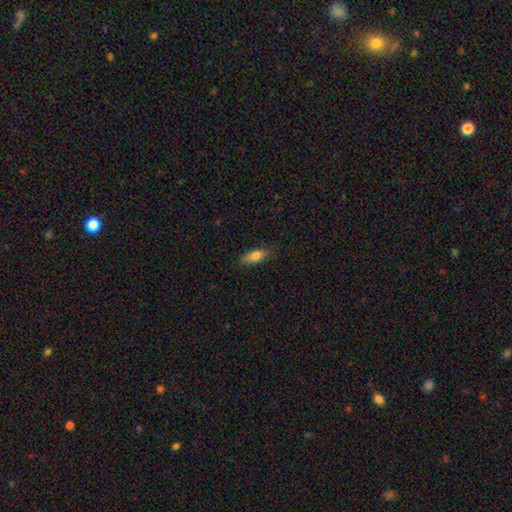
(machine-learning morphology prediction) A smooth galaxy with no disk features (77%) that is in between round and cigar-shaped (75%).

Vote fractions:
- Smooth or featured? smooth: 77% / featured or disk: 15% / star or artifact: 8%
- How rounded? in between: 75% / cigar-shaped: 21% / round: 4%
- Merging? none: 77% / minor disturbance: 18% / major disturbance: 3% / merger: 1%